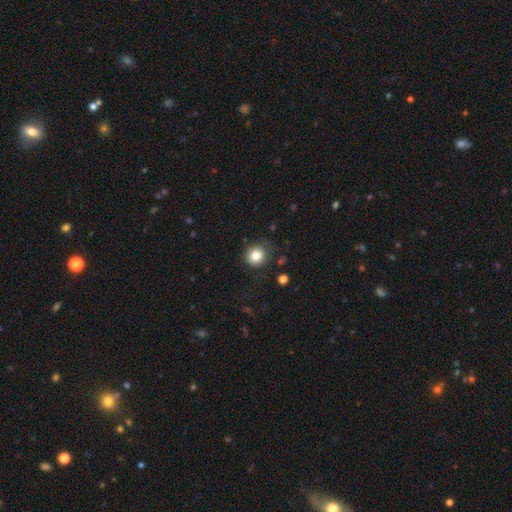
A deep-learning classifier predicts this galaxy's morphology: Smooth or featured? Predicted: smooth (p=0.82). How rounded? Predicted: round (p=0.86). Merging? Predicted: none (p=0.81).